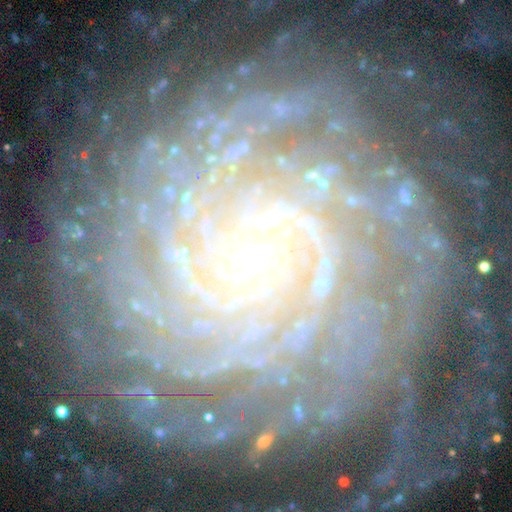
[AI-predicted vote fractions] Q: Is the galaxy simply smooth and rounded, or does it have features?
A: featured or disk — 89%.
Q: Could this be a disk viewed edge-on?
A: no — 97%.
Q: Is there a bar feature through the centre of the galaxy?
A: no — 67%.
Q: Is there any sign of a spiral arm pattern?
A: yes — 98%.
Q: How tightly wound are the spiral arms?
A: tight — 78%.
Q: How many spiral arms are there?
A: more than 4 — 36%.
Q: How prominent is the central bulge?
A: small — 85%.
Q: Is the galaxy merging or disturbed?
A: none — 76%.